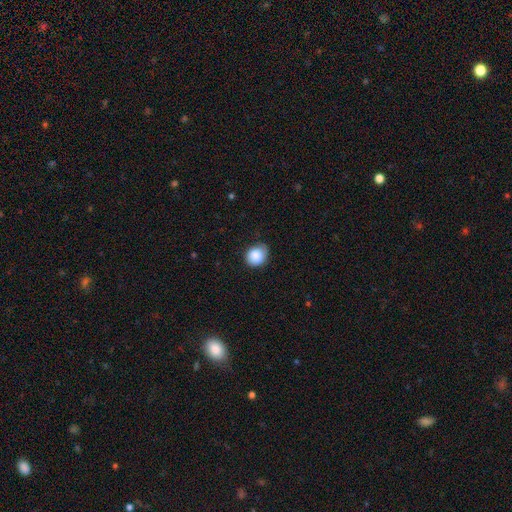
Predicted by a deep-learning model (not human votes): Morphology: type=smooth (83%); roundness=round (70%); merging=none (66%).